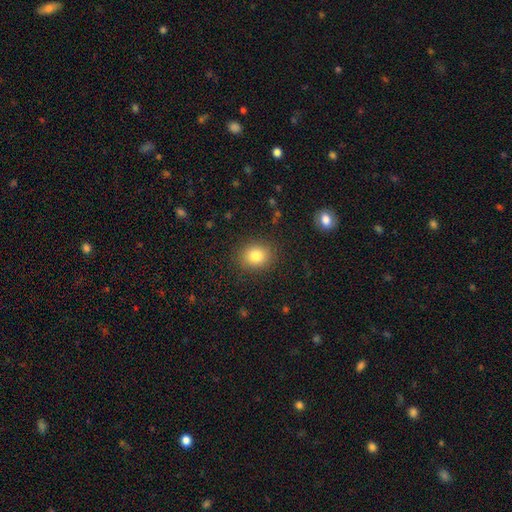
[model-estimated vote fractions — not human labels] A smooth galaxy with no disk features (82%) that is round (68%). Merging: none (87%).